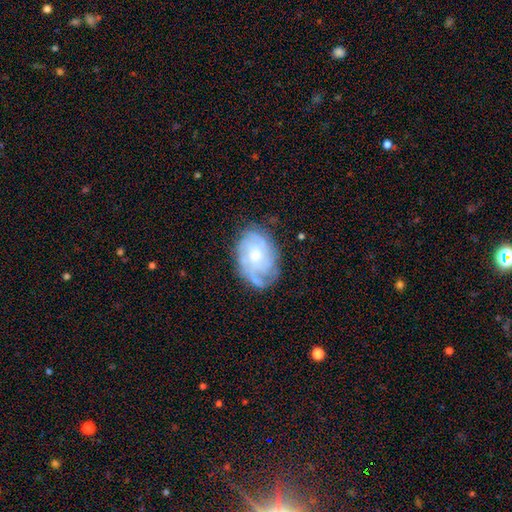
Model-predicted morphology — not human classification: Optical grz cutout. It shows a featured or disk galaxy (73%) with no bar (78%), tight (60%) spiral arms (87%) and a moderate central bulge (53%). Merging: none (69%).